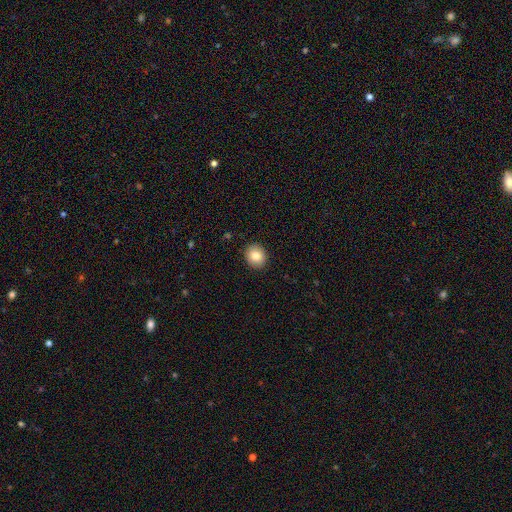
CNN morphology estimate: smooth 84%, star or artifact 9%, featured or disk 8%. Down the decision tree: how rounded — round (72%); merging — none (91%).